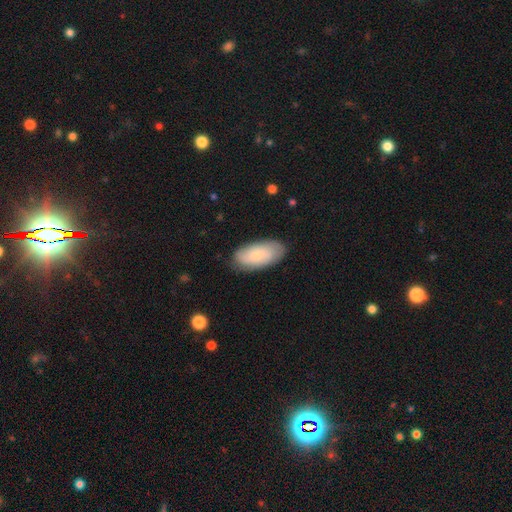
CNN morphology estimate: smooth 63%, featured or disk 31%, star or artifact 6%. Down the decision tree: how rounded — in between (92%); merging — none (80%).